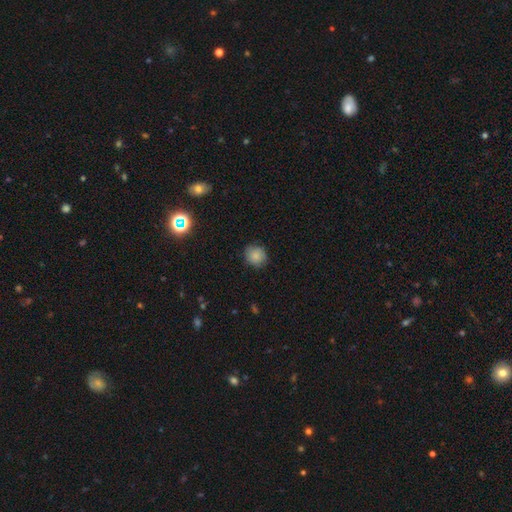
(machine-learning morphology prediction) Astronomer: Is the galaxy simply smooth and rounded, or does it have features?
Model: smooth — 82%.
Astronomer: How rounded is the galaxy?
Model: round — 88%.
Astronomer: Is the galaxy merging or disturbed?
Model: none — 83%.